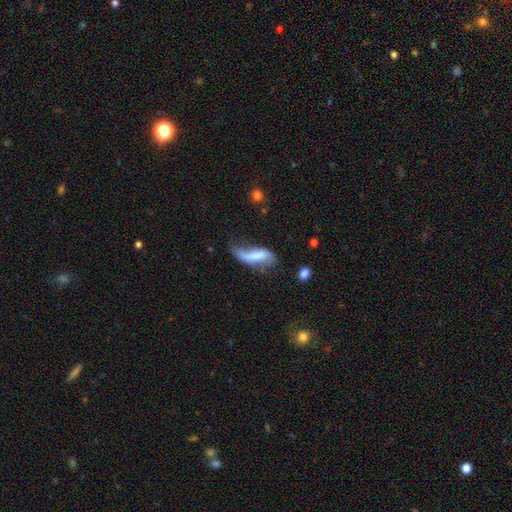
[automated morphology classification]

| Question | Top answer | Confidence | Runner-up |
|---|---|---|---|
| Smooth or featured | featured or disk | 51% | smooth (41%) |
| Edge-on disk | no | 87% | yes (13%) |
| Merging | major disturbance | 35% | none (29%) |